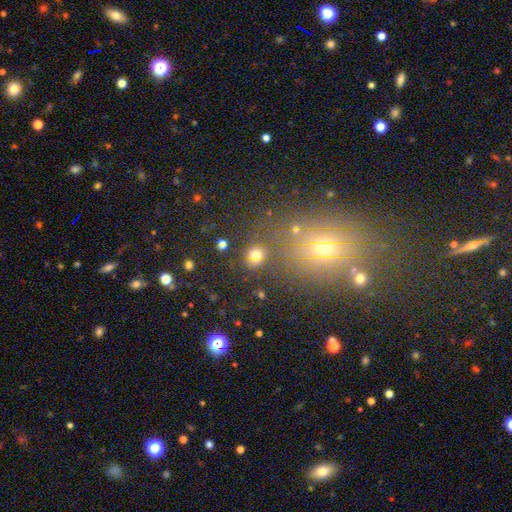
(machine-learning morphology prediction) This is likely a smooth galaxy (69%). How rounded: likely round (79%). Merging: likely none (78%).